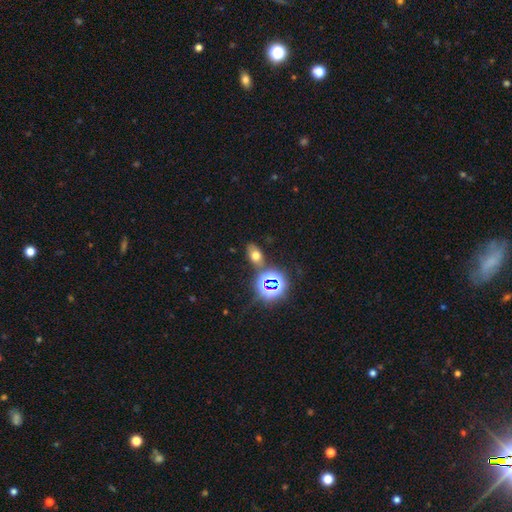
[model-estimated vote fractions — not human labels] Overall: smooth (58%; star or artifact 29%). How rounded: in between (83%). Merging: none (76%).